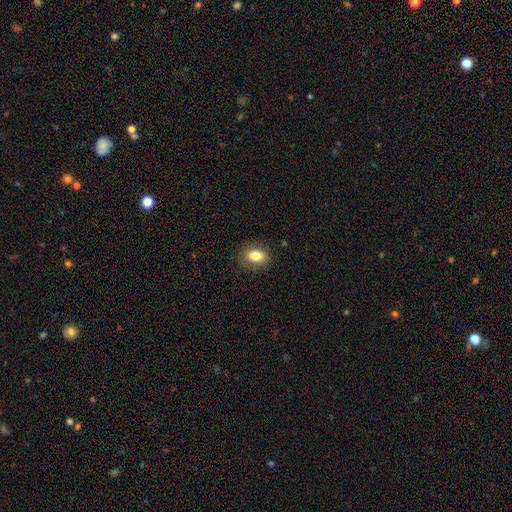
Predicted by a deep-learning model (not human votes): A smooth galaxy with no disk features (82%) that is in between round and cigar-shaped (70%). Merging: none (85%).